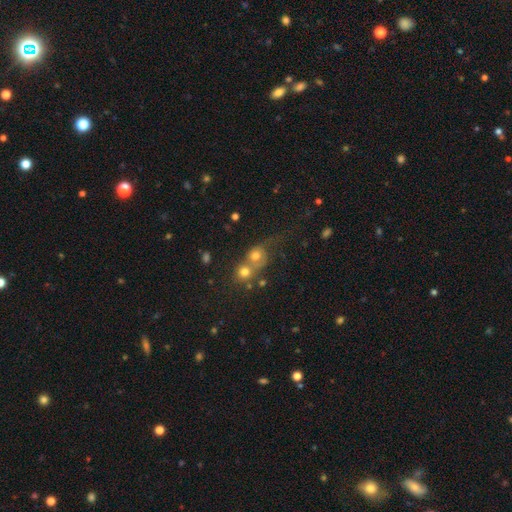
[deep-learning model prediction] A smooth galaxy with no disk features (65%) that is round (75%). Merging: merger (58%).